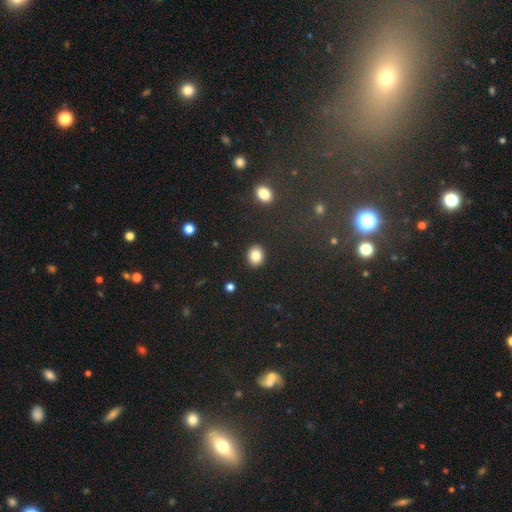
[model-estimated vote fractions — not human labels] smooth_or_featured: smooth (p=0.84) [alt: star or artifact p=0.10]
how_rounded: round (p=0.59) [alt: in between p=0.41]
merging: none (p=0.90) [alt: minor disturbance p=0.06]